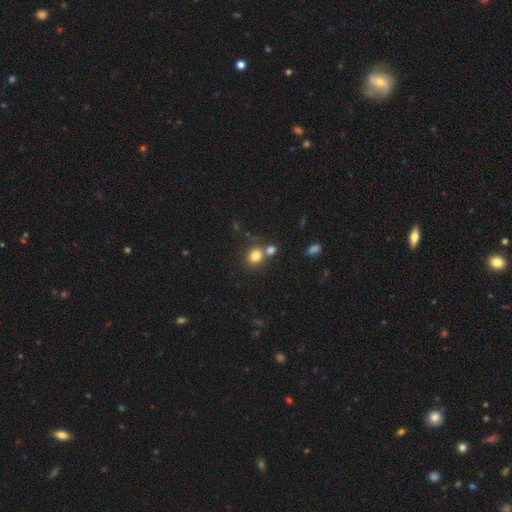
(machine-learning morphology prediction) Overall: smooth (80%). How rounded: round (74%). Merging: none (60%; merger 27%).